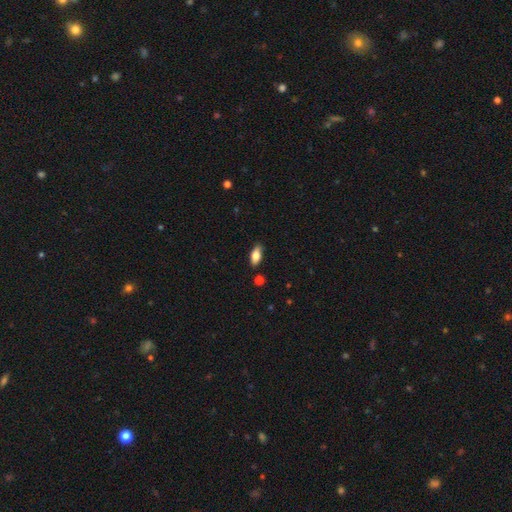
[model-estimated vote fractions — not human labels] This is likely a smooth galaxy (76%). How rounded: clearly in between (85%). Merging: clearly none (82%).